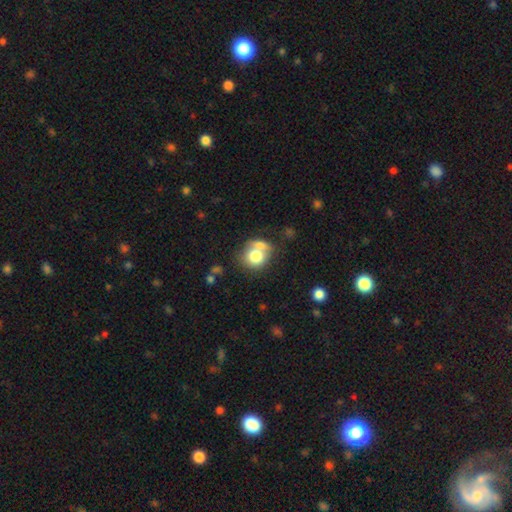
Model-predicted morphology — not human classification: Q: Smooth or featured?
A: smooth (74%); runner-up: featured or disk (17%)
Q: How rounded?
A: round (74%); runner-up: in between (25%)
Q: Merging?
A: merger (44%); runner-up: none (38%)